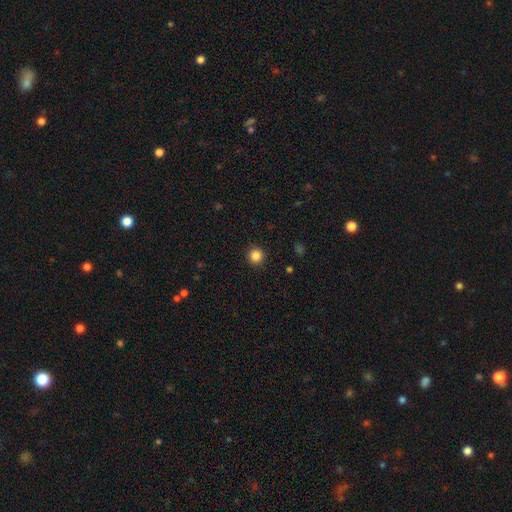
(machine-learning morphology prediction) This is clearly a smooth galaxy (85%). How rounded: clearly round (95%). Merging: clearly none (92%).